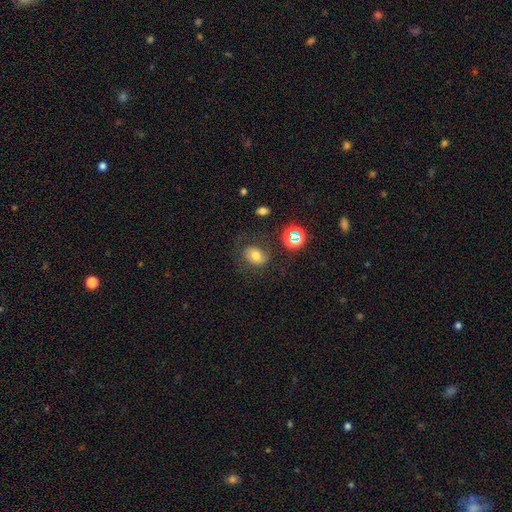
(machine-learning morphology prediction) Smooth or featured?
  - smooth: 61% *
  - featured or disk: 22%
  - star or artifact: 17%
How rounded?
  - in between: 58% *
  - round: 41%
  - cigar-shaped: 1%
Merging?
  - none: 61% *
  - minor disturbance: 20%
  - major disturbance: 15%
  - merger: 4%